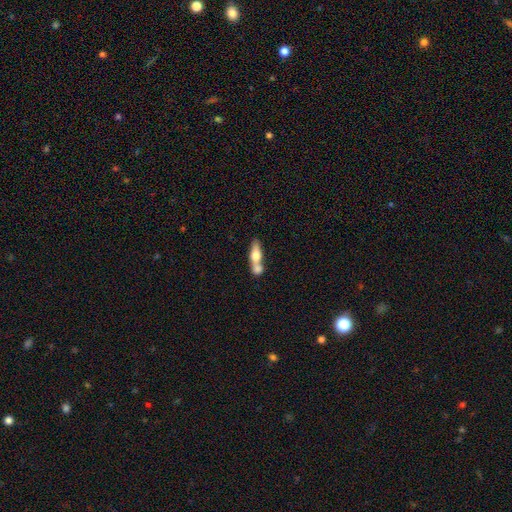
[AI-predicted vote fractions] Morphology: type=smooth (60%); roundness=in between (52%); merging=merger (60%).